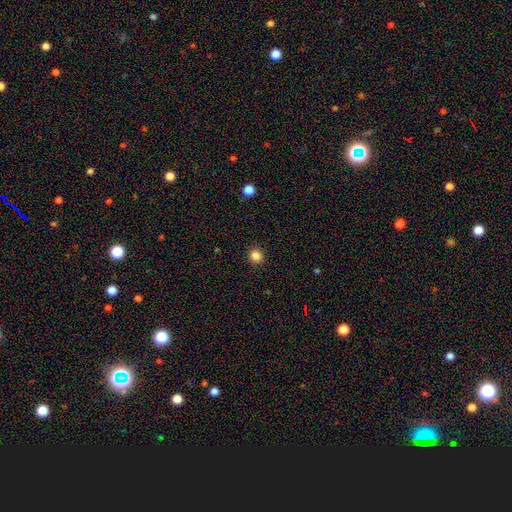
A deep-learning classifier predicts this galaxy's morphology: smooth_or_featured: smooth (p=0.84) [alt: star or artifact p=0.12]
how_rounded: round (p=0.85) [alt: in between p=0.14]
merging: none (p=0.92) [alt: minor disturbance p=0.06]